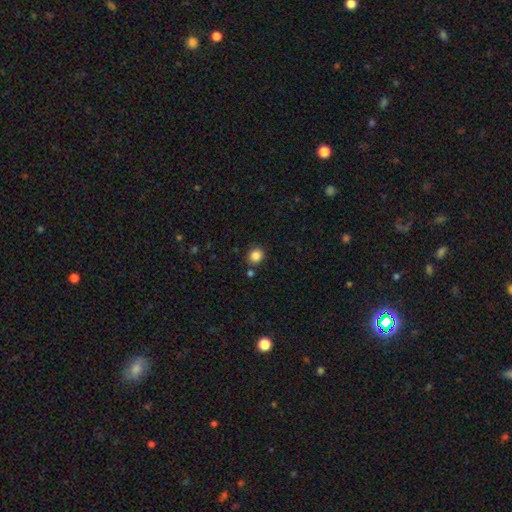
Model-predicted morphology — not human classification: Smooth or featured?
  - smooth: 85% *
  - star or artifact: 11%
  - featured or disk: 4%
How rounded?
  - round: 87% *
  - in between: 13%
  - cigar-shaped: 1%
Merging?
  - none: 86% *
  - minor disturbance: 8%
  - merger: 4%
  - major disturbance: 2%